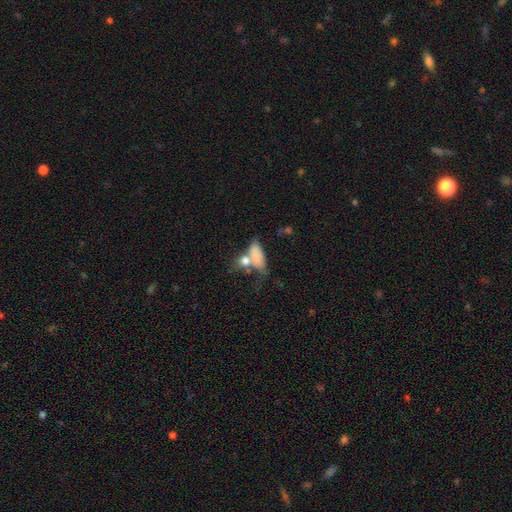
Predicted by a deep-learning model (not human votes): smooth 76%, featured or disk 15%, star or artifact 9%. Down the decision tree: how rounded — in between (75%); merging — merger (42%).